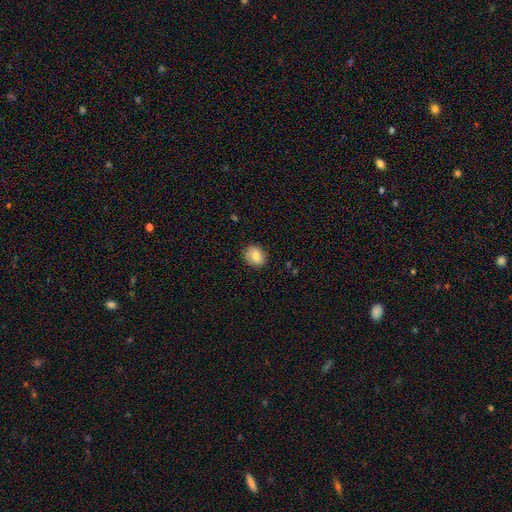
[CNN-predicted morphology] This is clearly a smooth galaxy (80%). How rounded: likely round (64%). Merging: clearly none (86%).